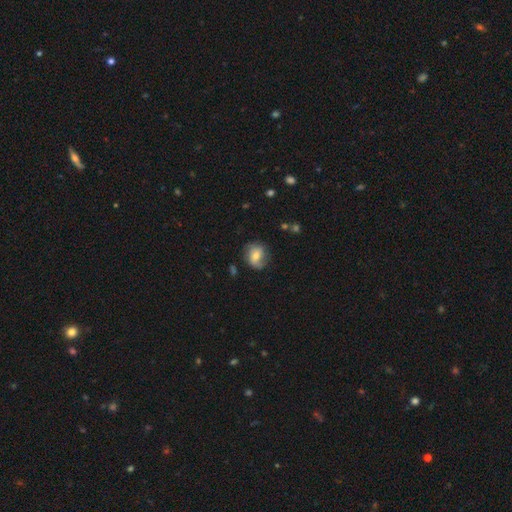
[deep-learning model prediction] Q: Smooth or featured?
A: smooth (51%); runner-up: featured or disk (41%)
Q: How rounded?
A: round (65%); runner-up: in between (34%)
Q: Merging?
A: none (71%); runner-up: minor disturbance (20%)